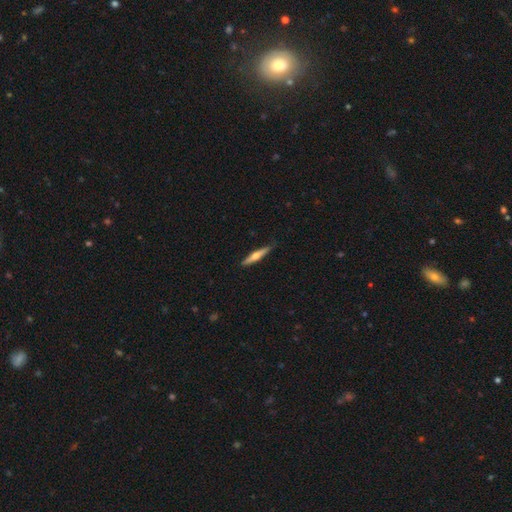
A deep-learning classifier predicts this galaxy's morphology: A featured or disk galaxy (49%). Merging: none (87%).